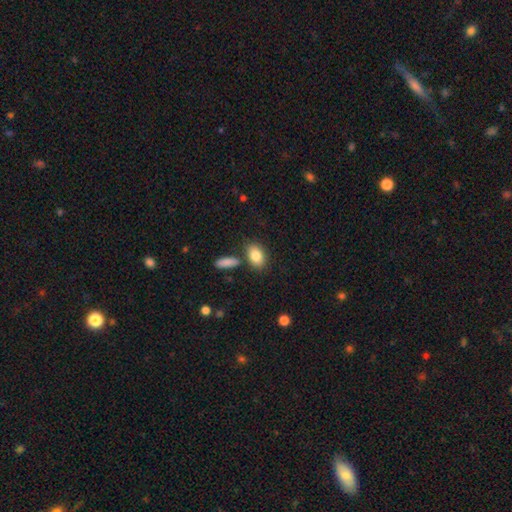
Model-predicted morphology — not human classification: Smooth or featured: smooth — 85% (featured or disk — 8%)
How rounded: in between — 84% (round — 14%)
Merging: none — 74% (minor disturbance — 11%)